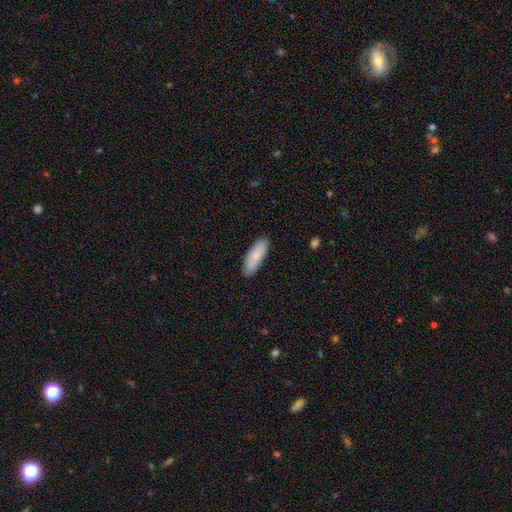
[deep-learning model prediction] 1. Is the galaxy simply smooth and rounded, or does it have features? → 84% smooth, 10% featured or disk, 5% star or artifact.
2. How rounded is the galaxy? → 63% in between, 35% cigar-shaped, 2% round.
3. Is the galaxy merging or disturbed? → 88% none, 10% minor disturbance, 2% major disturbance, 1% merger.